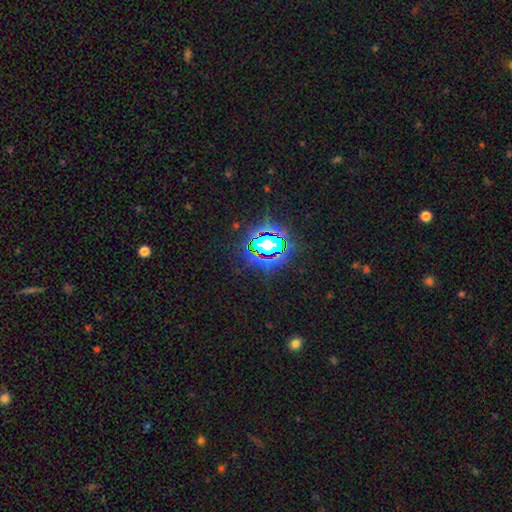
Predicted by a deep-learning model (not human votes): This appears to be a star or artifact, not a galaxy (82%).